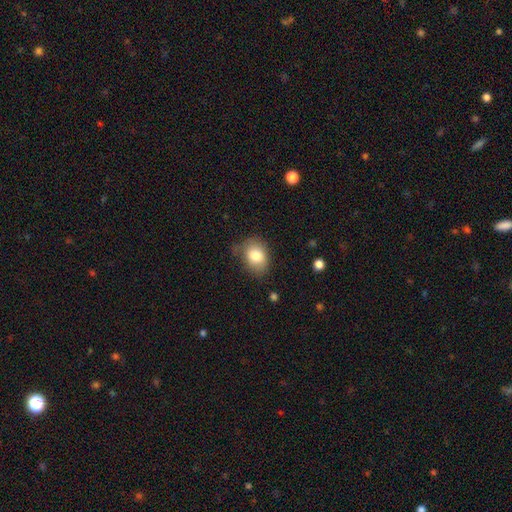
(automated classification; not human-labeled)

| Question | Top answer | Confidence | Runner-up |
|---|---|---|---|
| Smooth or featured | smooth | 82% | featured or disk (10%) |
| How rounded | in between | 65% | round (34%) |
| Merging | none | 63% | minor disturbance (27%) |